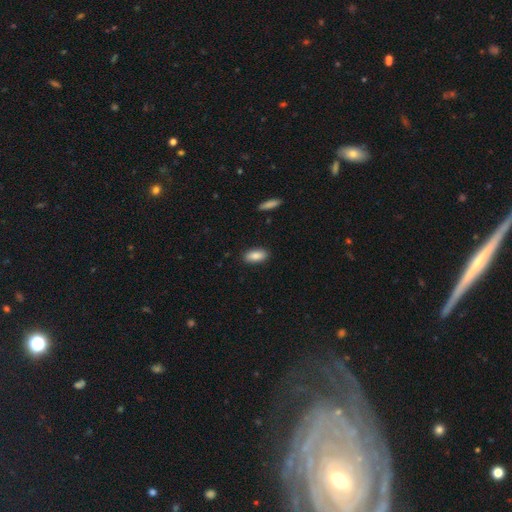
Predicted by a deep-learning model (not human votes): Smooth or featured? Predicted: smooth (p=0.87). How rounded? Predicted: in between (p=0.87). Merging? Predicted: none (p=0.89).